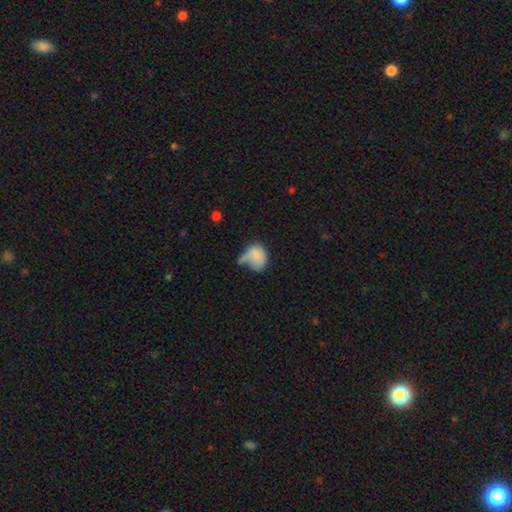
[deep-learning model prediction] A smooth galaxy with no disk features (74%) that is in between round and cigar-shaped (57%).

Vote fractions:
- Smooth or featured? smooth: 74% / featured or disk: 18% / star or artifact: 8%
- How rounded? in between: 57% / round: 41% / cigar-shaped: 2%
- Merging? major disturbance: 32% / minor disturbance: 28% / none: 26% / merger: 14%